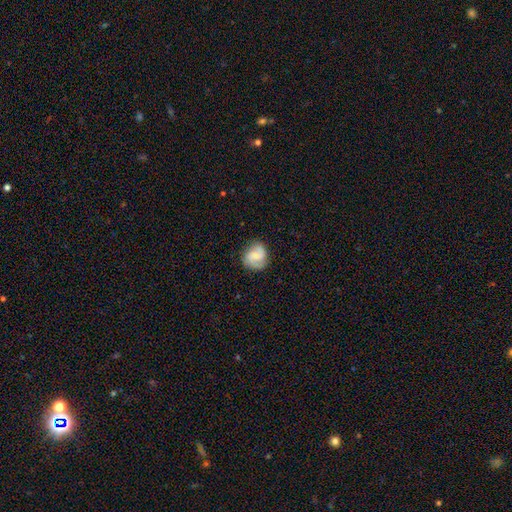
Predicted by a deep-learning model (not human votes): Smooth or featured: featured or disk — 65% (smooth — 28%)
Edge-on disk: no — 98% (yes — 2%)
Bar: weak — 47% (no — 42%)
Spiral arms: yes — 94% (no — 6%)
Spiral winding: medium — 48% (tight — 28%)
Spiral arm count: 2 — 82% (can't tell — 7%)
Bulge size: small — 51% (moderate — 30%)
Merging: none — 78% (minor disturbance — 16%)